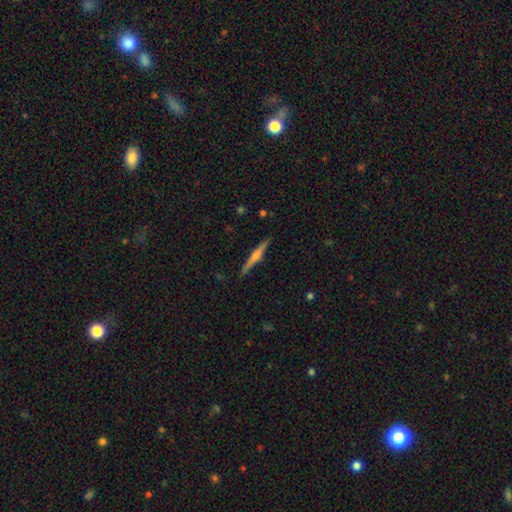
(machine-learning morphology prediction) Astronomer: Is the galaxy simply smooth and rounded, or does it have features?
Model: featured or disk — 71%.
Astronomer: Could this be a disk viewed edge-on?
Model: yes — 98%.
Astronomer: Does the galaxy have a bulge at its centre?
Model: rounded — 80%.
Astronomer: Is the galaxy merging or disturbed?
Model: none — 90%.